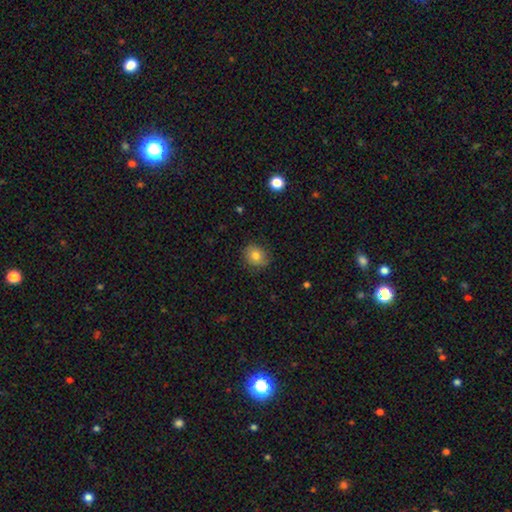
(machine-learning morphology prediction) smooth_or_featured: smooth (p=0.79) [alt: featured or disk p=0.12]
how_rounded: round (p=0.69) [alt: in between p=0.30]
merging: none (p=0.83) [alt: minor disturbance p=0.13]